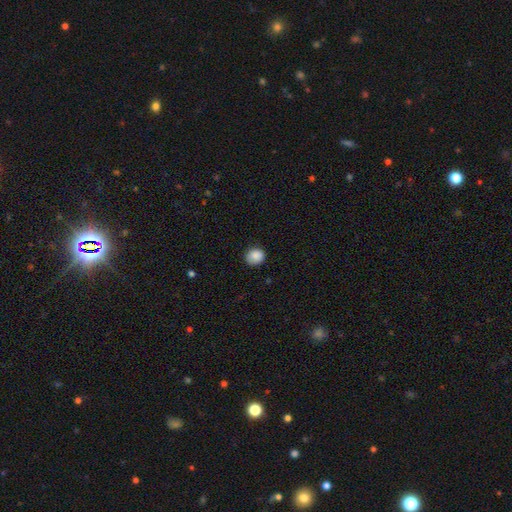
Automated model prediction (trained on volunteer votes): Smooth or featured? Predicted: smooth (p=0.86). How rounded? Predicted: round (p=0.82). Merging? Predicted: none (p=0.81).